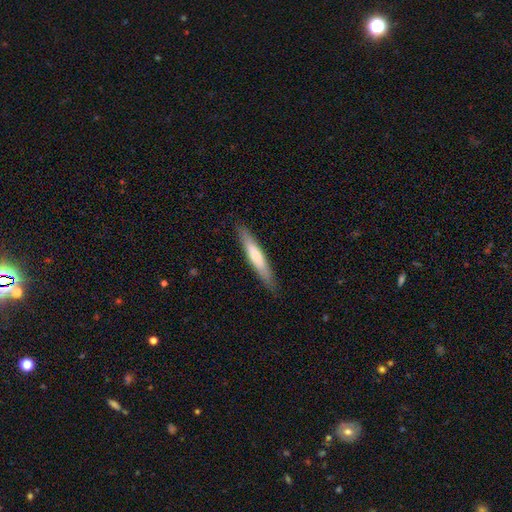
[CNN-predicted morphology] type=smooth (60%); roundness=cigar-shaped (91%); merging=none (87%).